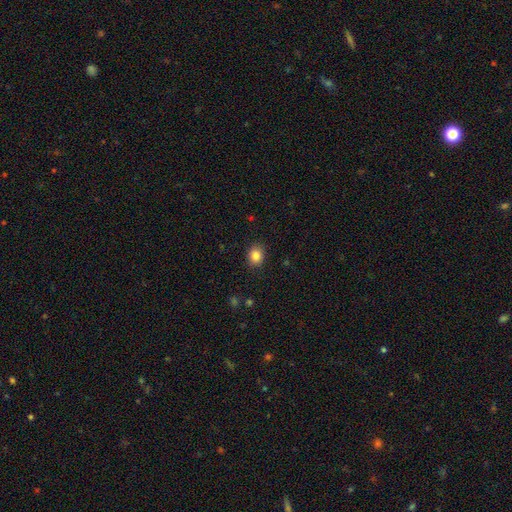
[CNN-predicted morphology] smooth 84%, star or artifact 10%, featured or disk 6%. Down the decision tree: how rounded — round (60%); merging — none (87%).